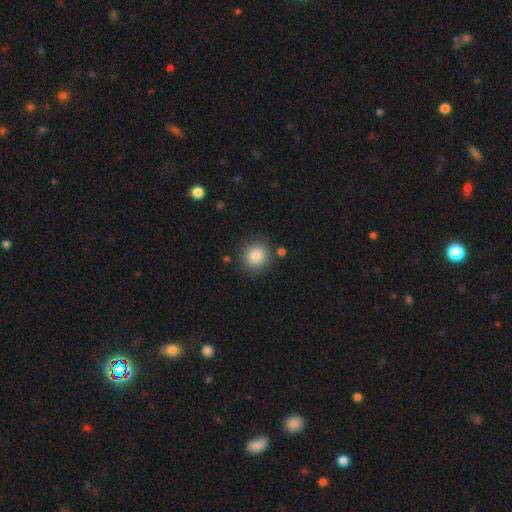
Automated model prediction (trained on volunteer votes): Smooth or featured? smooth (87%)
How rounded? round (91%)
Merging? none (85%)